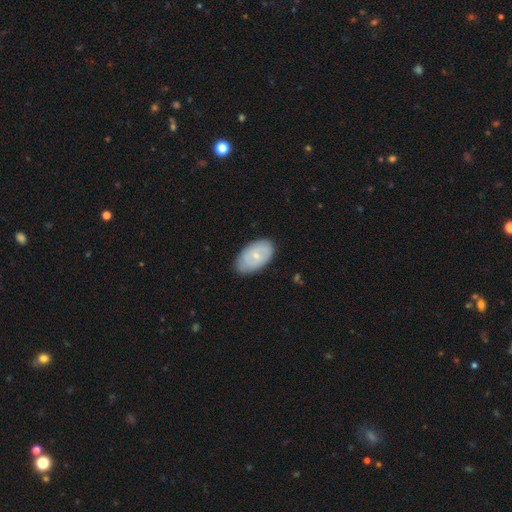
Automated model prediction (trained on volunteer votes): Overall: smooth (56%; featured or disk 38%). How rounded: in between (93%). Merging: none (79%).